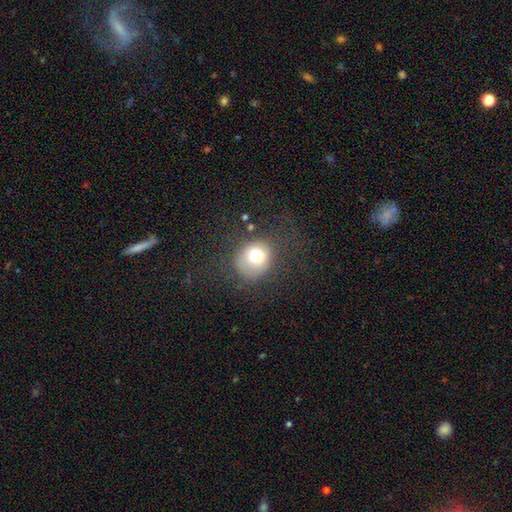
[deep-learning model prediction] Smooth or featured?
  - smooth: 74% *
  - featured or disk: 14%
  - star or artifact: 13%
How rounded?
  - round: 78% *
  - in between: 22%
  - cigar-shaped: 1%
Merging?
  - none: 66% *
  - minor disturbance: 17%
  - major disturbance: 15%
  - merger: 2%